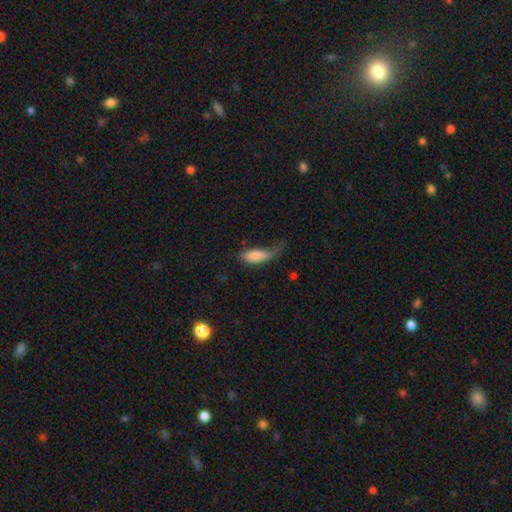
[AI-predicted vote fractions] A smooth galaxy with no disk features (78%) that is in between round and cigar-shaped (76%).

Vote fractions:
- Smooth or featured? smooth: 78% / featured or disk: 15% / star or artifact: 7%
- How rounded? in between: 76% / cigar-shaped: 21% / round: 3%
- Merging? major disturbance: 41% / minor disturbance: 31% / none: 24% / merger: 4%